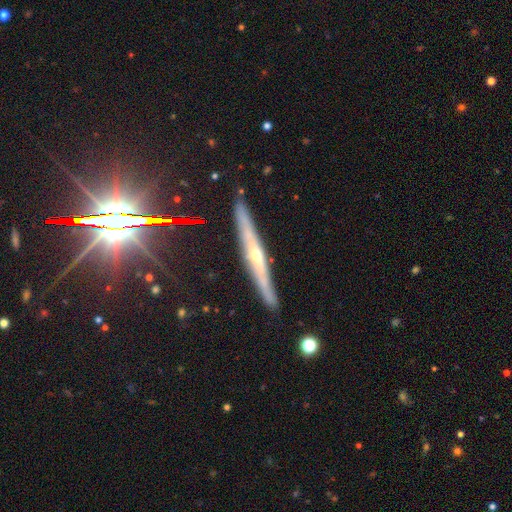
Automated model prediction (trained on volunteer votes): Q: Smooth or featured?
A: featured or disk (73%); runner-up: smooth (17%)
Q: Edge-on disk?
A: yes (95%); runner-up: no (5%)
Q: Edge-on bulge?
A: rounded (76%); runner-up: none (20%)
Q: Merging?
A: none (87%); runner-up: minor disturbance (10%)